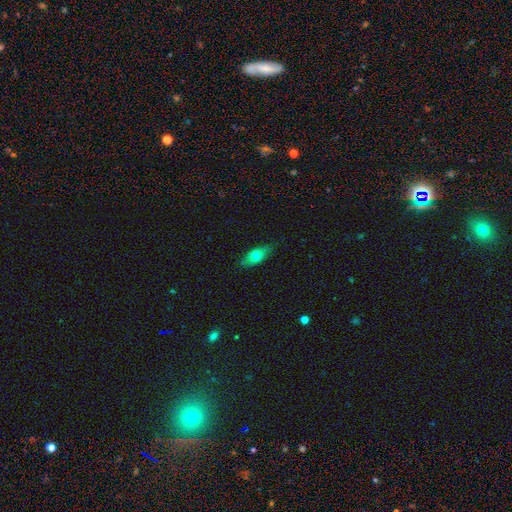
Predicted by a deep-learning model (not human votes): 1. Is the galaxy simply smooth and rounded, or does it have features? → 68% smooth, 25% featured or disk, 7% star or artifact.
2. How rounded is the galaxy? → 77% in between, 18% cigar-shaped, 5% round.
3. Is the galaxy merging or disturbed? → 83% none, 14% minor disturbance, 3% major disturbance, 1% merger.